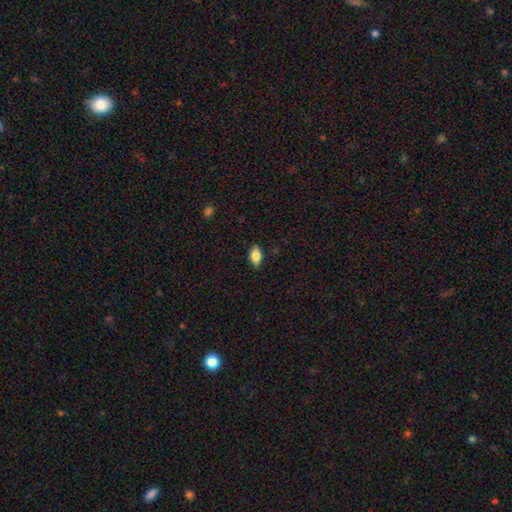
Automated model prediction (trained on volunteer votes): Overall: smooth (74%). How rounded: in between (87%). Merging: none (86%).